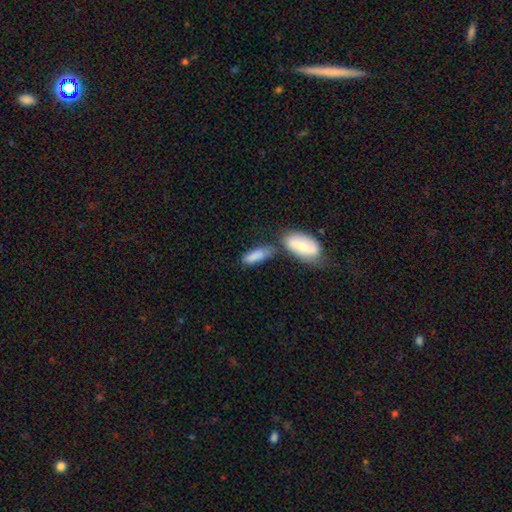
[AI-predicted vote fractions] This appears to be a smooth galaxy with no disk features (82%) that is in between round and cigar-shaped (57%). Merging: none (45%).